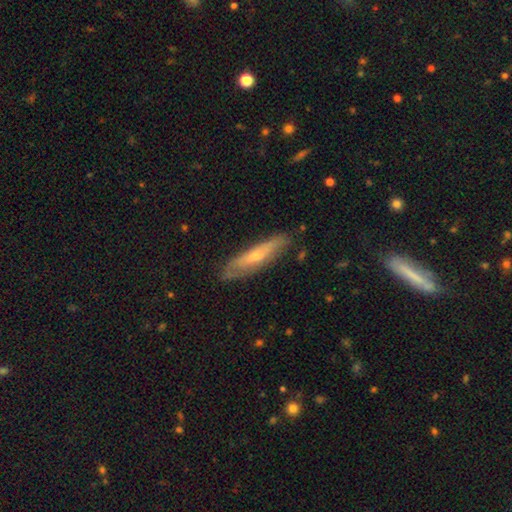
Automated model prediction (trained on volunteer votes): Overall: featured or disk (52%; smooth 42%). Edge-on disk: yes (61%; no 39%). Merging: none (77%).